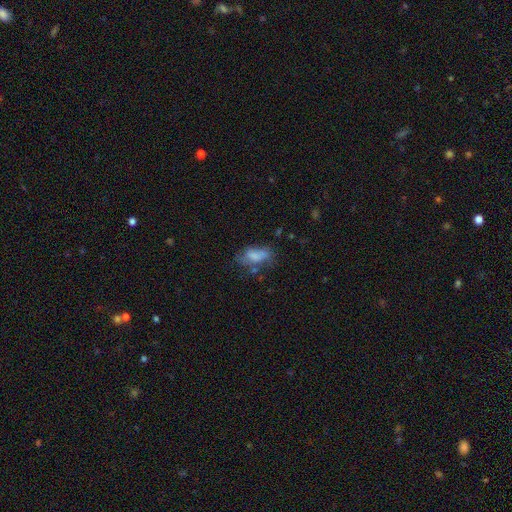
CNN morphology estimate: This is likely a smooth galaxy (64%). How rounded: clearly in between (85%). Merging: marginally none (39%).